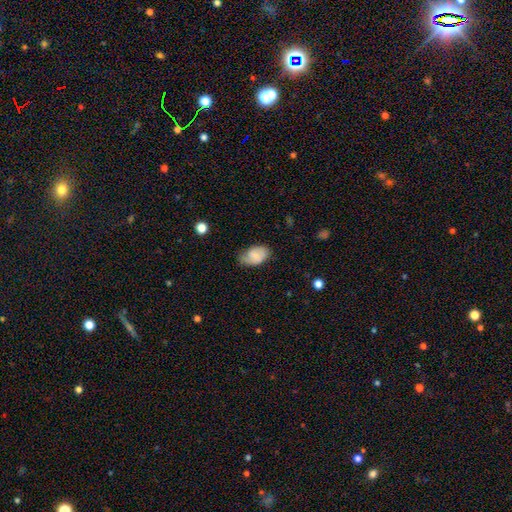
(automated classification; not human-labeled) Overall: smooth (63%; featured or disk 29%). How rounded: in between (89%). Merging: none (58%; minor disturbance 31%).